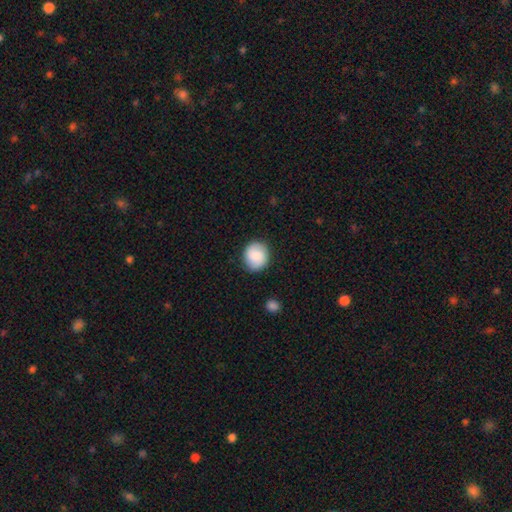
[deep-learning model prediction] This is clearly a smooth galaxy (80%). How rounded: clearly round (84%). Merging: clearly none (87%).